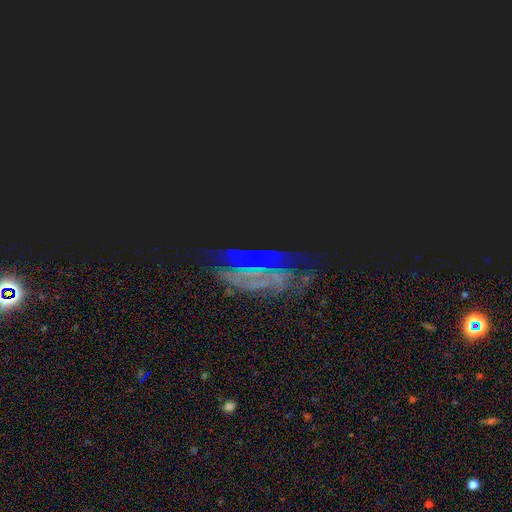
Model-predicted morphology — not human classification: star or artifact 43%, featured or disk 41%, smooth 17%.